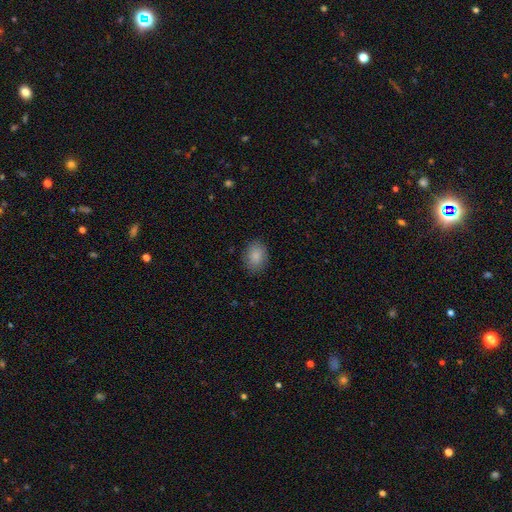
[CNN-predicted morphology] This appears to be a smooth galaxy with no disk features (87%) that is in between round and cigar-shaped (61%). Merging: none (85%).